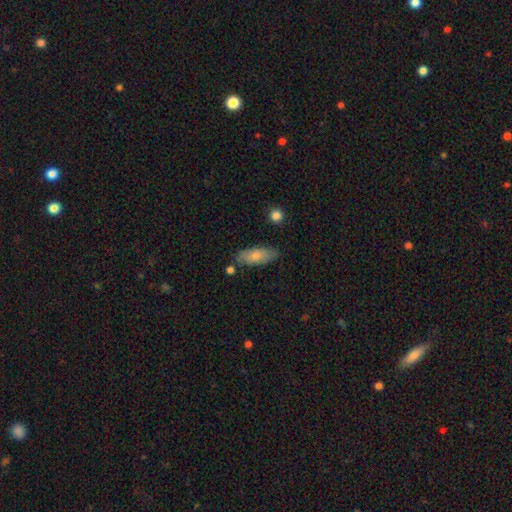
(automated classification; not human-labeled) Smooth or featured? Predicted: smooth (p=0.76). How rounded? Predicted: in between (p=0.76). Merging? Predicted: none (p=0.76).